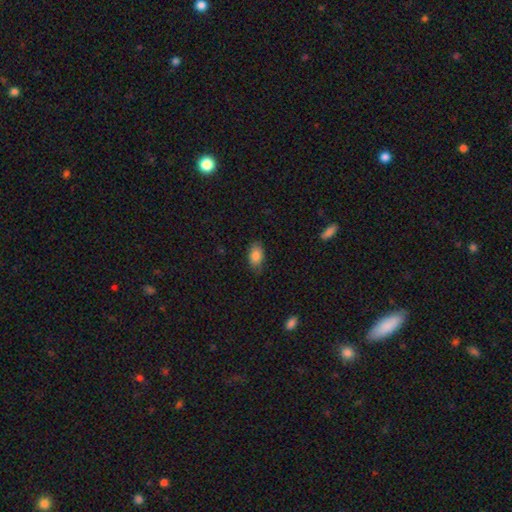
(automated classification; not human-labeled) Smooth or featured? Predicted: smooth (p=0.85). How rounded? Predicted: in between (p=0.91). Merging? Predicted: none (p=0.78).